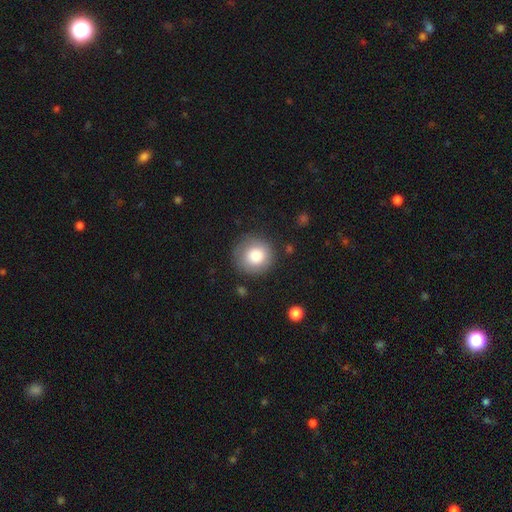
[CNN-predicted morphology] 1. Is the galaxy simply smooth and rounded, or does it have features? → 81% smooth, 10% featured or disk, 8% star or artifact.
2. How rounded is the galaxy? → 93% round, 6% in between, 1% cigar-shaped.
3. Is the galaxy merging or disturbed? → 82% none, 12% minor disturbance, 5% major disturbance, 2% merger.